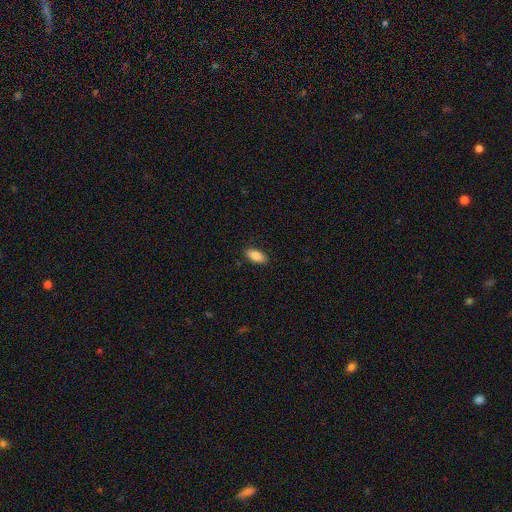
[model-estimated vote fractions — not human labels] Smooth or featured? Predicted: smooth (p=0.87). How rounded? Predicted: in between (p=0.89). Merging? Predicted: none (p=0.88).